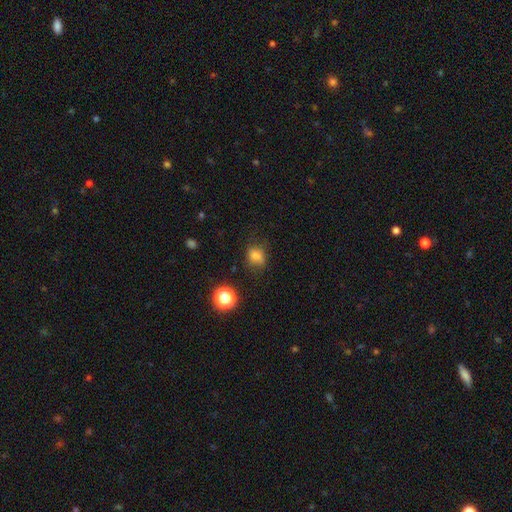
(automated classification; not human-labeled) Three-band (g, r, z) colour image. It shows a smooth galaxy with no disk features (76%) that is round (55%). Merging: none (62%).